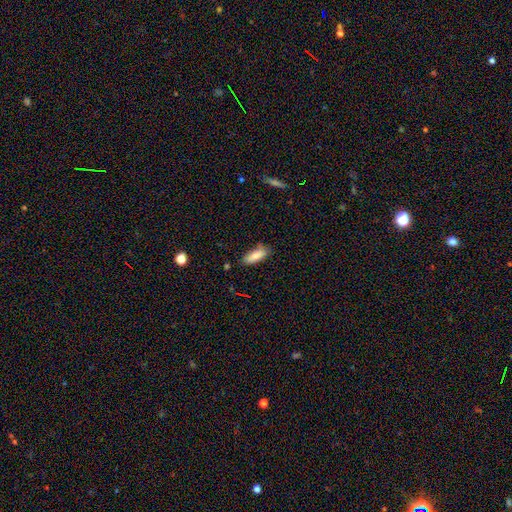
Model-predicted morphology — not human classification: Smooth or featured? smooth (84%)
How rounded? in between (70%)
Merging? none (74%)